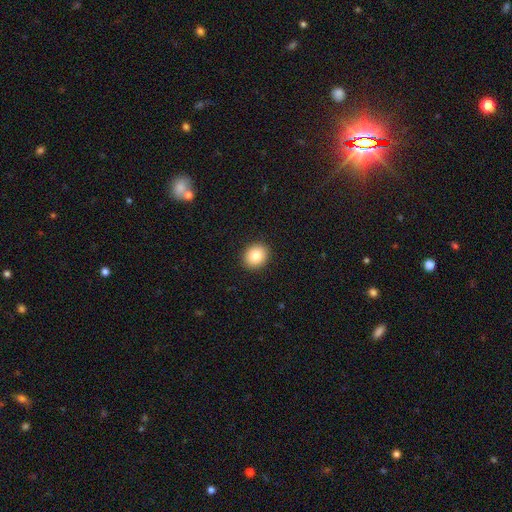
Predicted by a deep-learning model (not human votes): Smooth or featured? smooth (84%)
How rounded? round (70%)
Merging? none (92%)